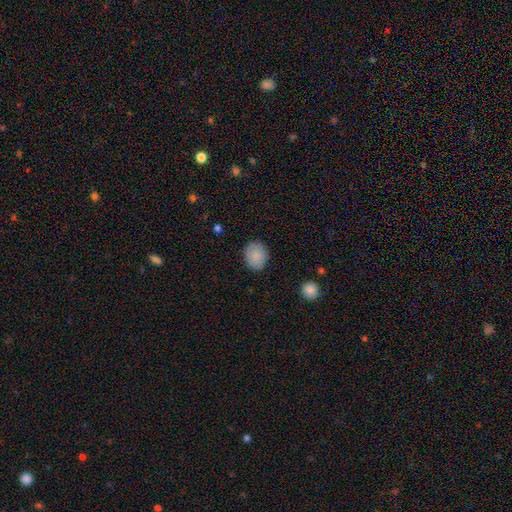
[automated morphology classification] type=smooth (86%); roundness=in between (51%); merging=none (85%).